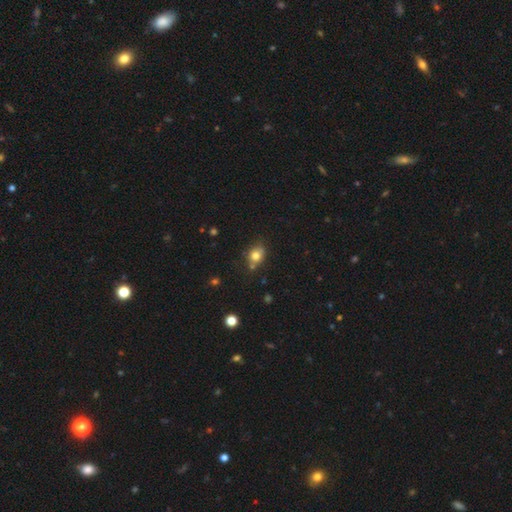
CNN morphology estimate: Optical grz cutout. It shows a smooth galaxy with no disk features (77%) that is round (58%). Merging: none (63%).